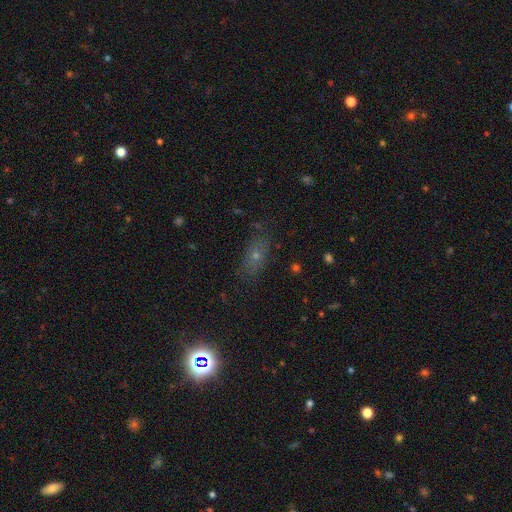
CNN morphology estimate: This appears to be a smooth galaxy with no disk features (56%) that is in between round and cigar-shaped (74%). Merging: none (75%).